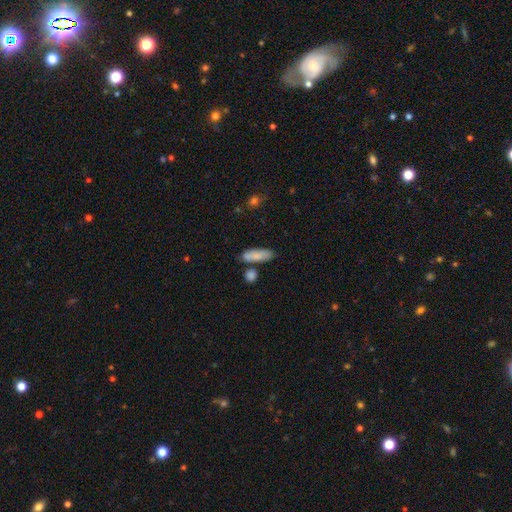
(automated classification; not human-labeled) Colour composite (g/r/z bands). It shows a smooth galaxy with no disk features (82%) that is in between round and cigar-shaped (53%). Merging: none (69%).